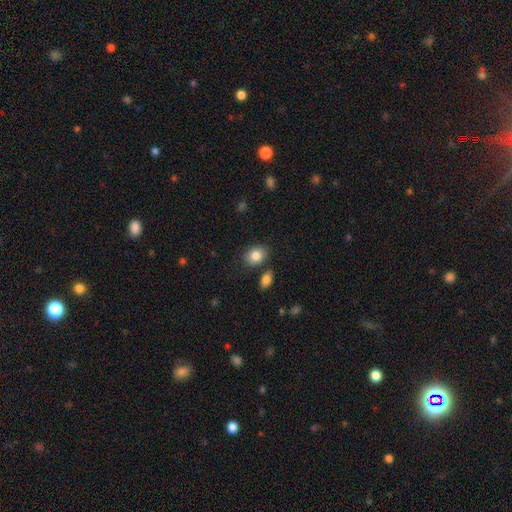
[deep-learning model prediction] A smooth galaxy with no disk features (84%) that is in between round and cigar-shaped (64%).

Vote fractions:
- Smooth or featured? smooth: 84% / star or artifact: 8% / featured or disk: 8%
- How rounded? in between: 64% / round: 35% / cigar-shaped: 1%
- Merging? none: 80% / minor disturbance: 11% / merger: 7% / major disturbance: 3%